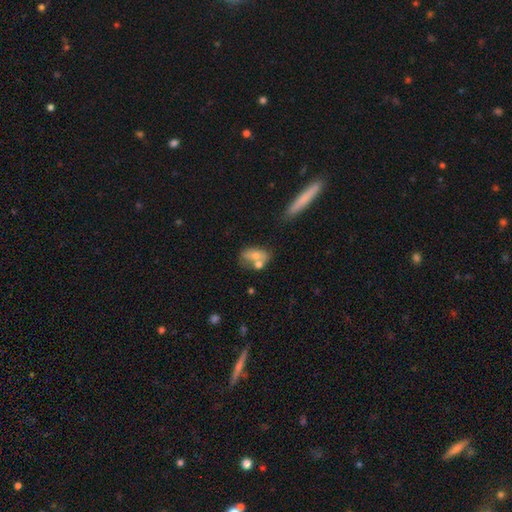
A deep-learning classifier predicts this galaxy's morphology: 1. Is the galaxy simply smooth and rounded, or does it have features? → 64% smooth, 27% featured or disk, 9% star or artifact.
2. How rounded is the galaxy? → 80% in between, 13% round, 7% cigar-shaped.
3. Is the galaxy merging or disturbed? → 39% none, 35% merger, 17% minor disturbance, 8% major disturbance.